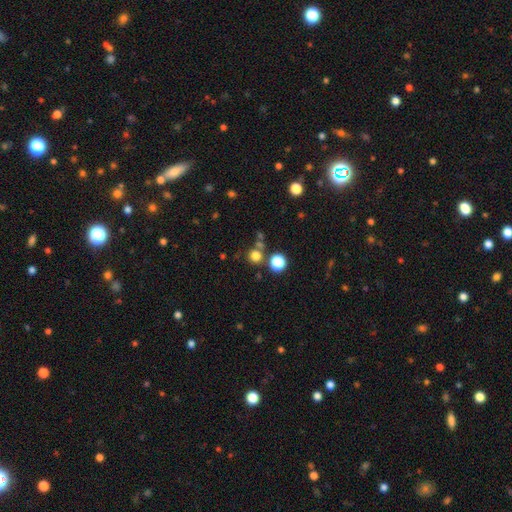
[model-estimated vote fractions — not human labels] smooth 74%, star or artifact 19%, featured or disk 7%. Down the decision tree: how rounded — round (92%); merging — none (71%).